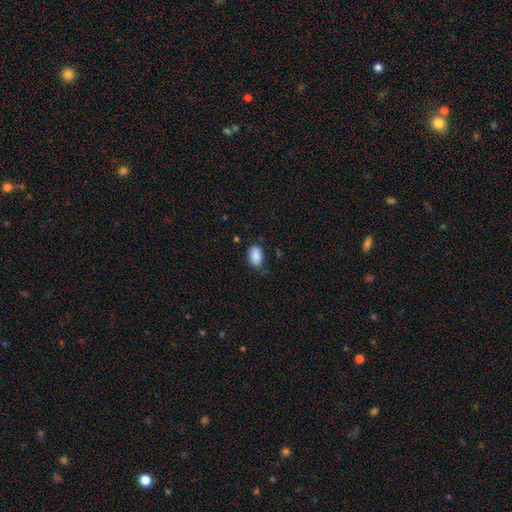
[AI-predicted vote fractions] Overall: smooth (88%). How rounded: in between (91%). Merging: none (69%).